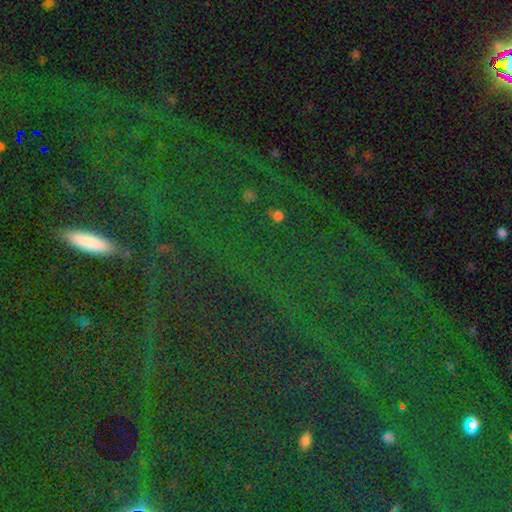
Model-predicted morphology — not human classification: The model was most divided on "smooth or featured": star or artifact: 81%, smooth: 11%, featured or disk: 9%.